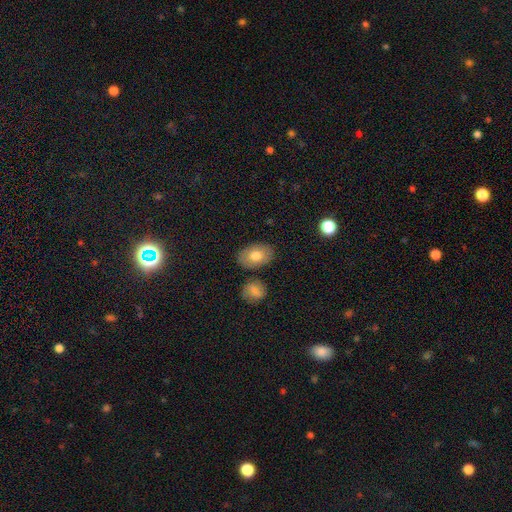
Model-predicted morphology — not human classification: smooth_or_featured: smooth (p=0.76) [alt: featured or disk p=0.17]
how_rounded: in between (p=0.88) [alt: round p=0.11]
merging: none (p=0.81) [alt: minor disturbance p=0.11]